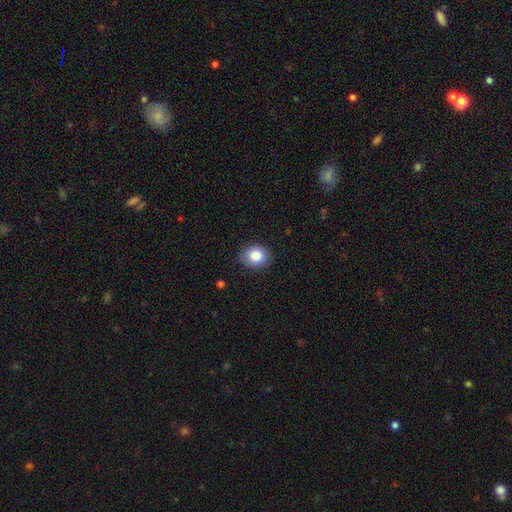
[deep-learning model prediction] The model was most divided on "how rounded": round: 60%, in between: 39%, cigar-shaped: 1%. More confident: smooth or featured — smooth (85%); merging — none (85%).